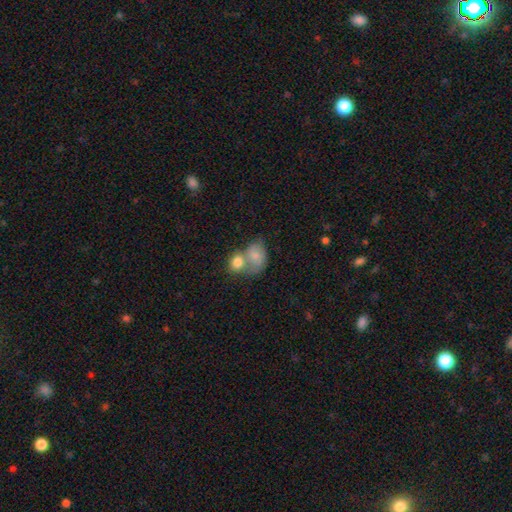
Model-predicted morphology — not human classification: This is likely a smooth galaxy (71%). How rounded: likely in between (66%). Merging: likely merger (63%).